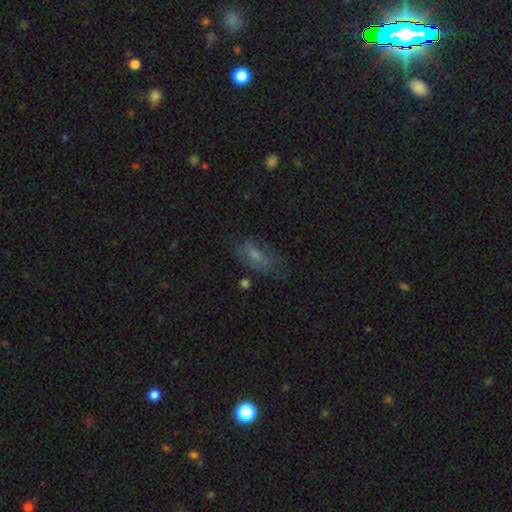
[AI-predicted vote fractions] This is possibly a smooth galaxy (57%). How rounded: clearly in between (84%). Merging: possibly none (54%).